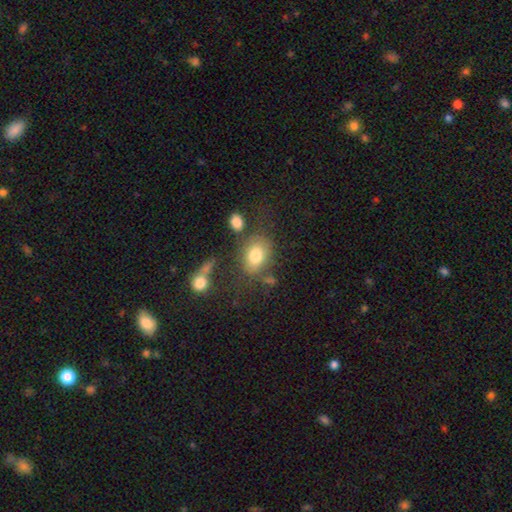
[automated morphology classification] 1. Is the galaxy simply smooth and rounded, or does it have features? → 78% smooth, 13% featured or disk, 9% star or artifact.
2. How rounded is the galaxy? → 68% in between, 31% round, 1% cigar-shaped.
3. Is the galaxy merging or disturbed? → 59% none, 17% minor disturbance, 13% merger, 11% major disturbance.